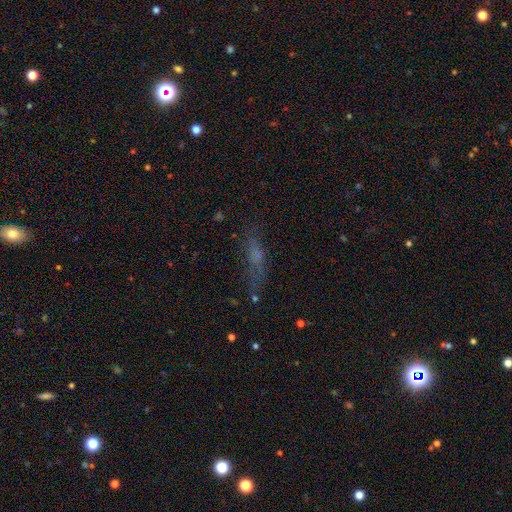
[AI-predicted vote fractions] smooth 48%, featured or disk 32%, star or artifact 20%. Down the decision tree: merging — none (60%).